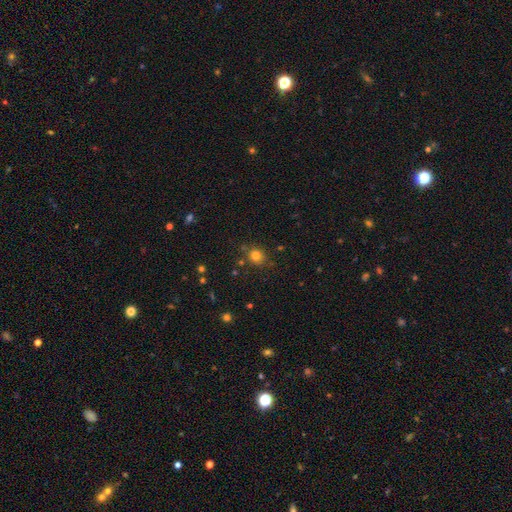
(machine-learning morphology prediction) A smooth galaxy with no disk features (78%) that is round (81%).

Vote fractions:
- Smooth or featured? smooth: 78% / star or artifact: 15% / featured or disk: 7%
- How rounded? round: 81% / in between: 18% / cigar-shaped: 1%
- Merging? none: 78% / minor disturbance: 14% / merger: 5% / major disturbance: 4%